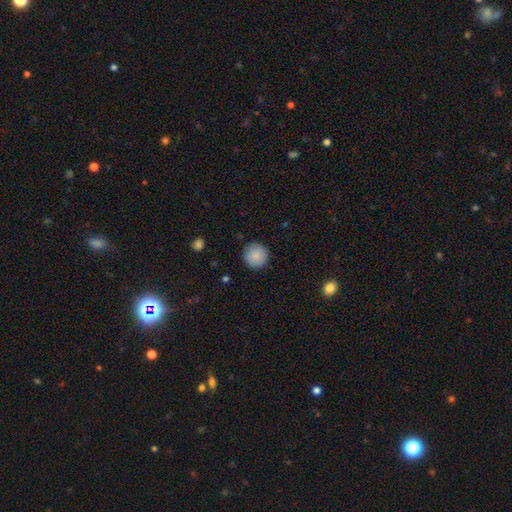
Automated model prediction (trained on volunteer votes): smooth_or_featured: smooth (p=0.87) [alt: star or artifact p=0.07]
how_rounded: round (p=0.95) [alt: in between p=0.04]
merging: none (p=0.89) [alt: minor disturbance p=0.08]